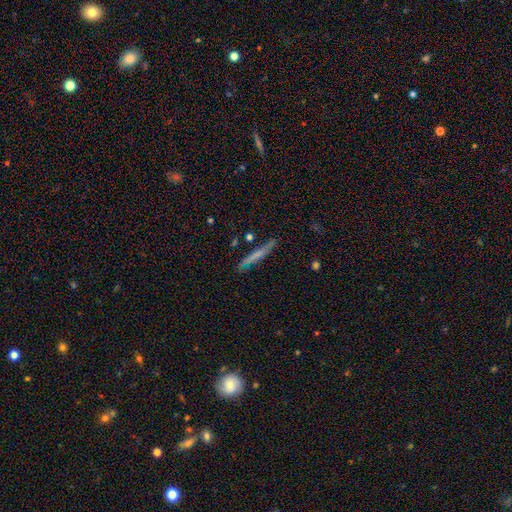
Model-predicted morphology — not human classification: A smooth galaxy with no disk features (51%) that is cigar-shaped (95%). Merging: none (83%).